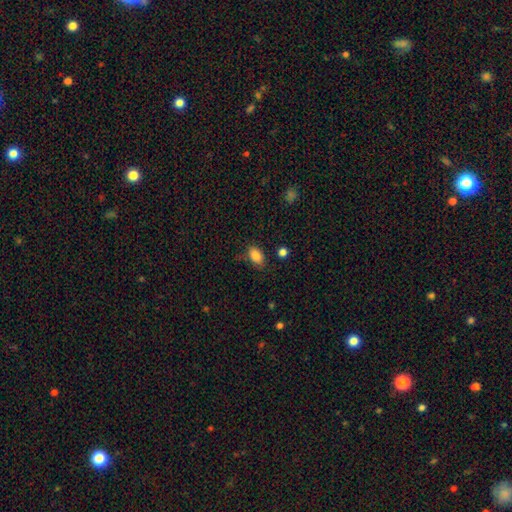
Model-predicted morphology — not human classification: Smooth or featured? Predicted: smooth (p=0.86). How rounded? Predicted: in between (p=0.89). Merging? Predicted: none (p=0.72).